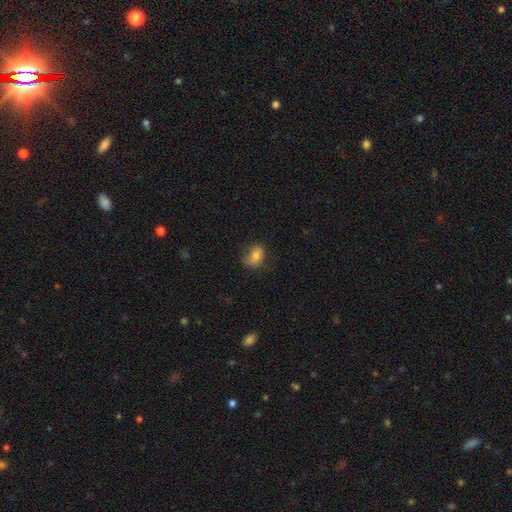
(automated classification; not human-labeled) Morphology: type=smooth (75%); roundness=in between (79%); merging=none (65%).